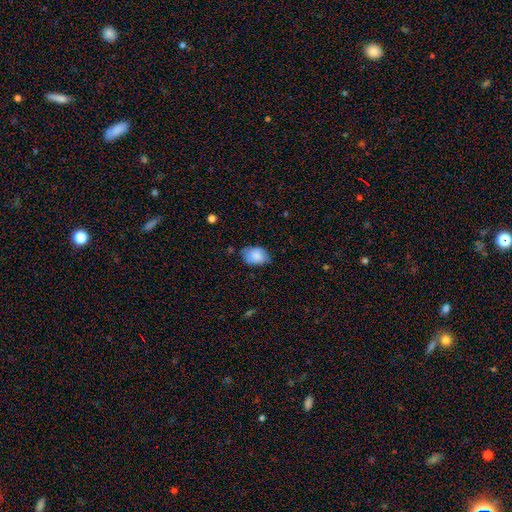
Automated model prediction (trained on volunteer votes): Smooth or featured? Predicted: smooth (p=0.83). How rounded? Predicted: in between (p=0.78). Merging? Predicted: none (p=0.65).